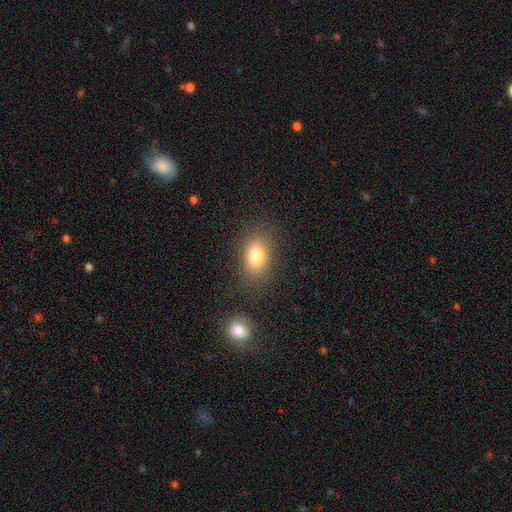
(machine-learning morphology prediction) smooth-or-featured: smooth: 79% | featured or disk: 10% | star or artifact: 10%
  how-rounded: in between: 82% | round: 16% | cigar-shaped: 2%
  merging: none: 76% | minor disturbance: 14% | major disturbance: 5% | merger: 5%